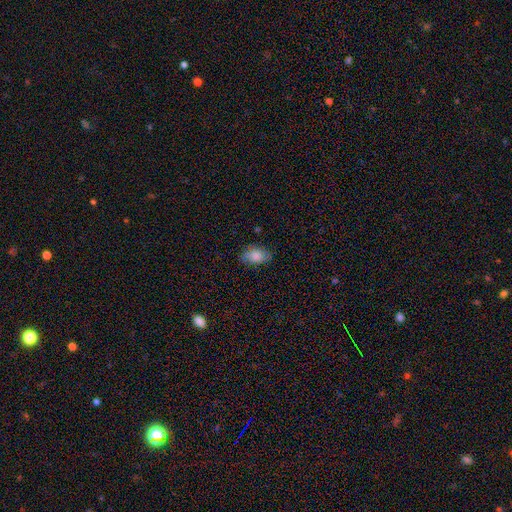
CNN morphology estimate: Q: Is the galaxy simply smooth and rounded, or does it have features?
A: smooth — 82%.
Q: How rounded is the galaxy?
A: in between — 89%.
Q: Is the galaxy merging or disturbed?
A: none — 78%.